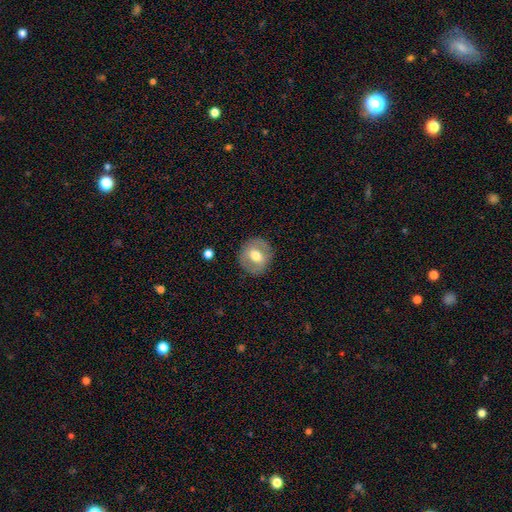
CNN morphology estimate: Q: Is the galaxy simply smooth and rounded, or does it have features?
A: smooth — 52%.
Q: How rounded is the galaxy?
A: round — 81%.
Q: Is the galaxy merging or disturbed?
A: none — 86%.